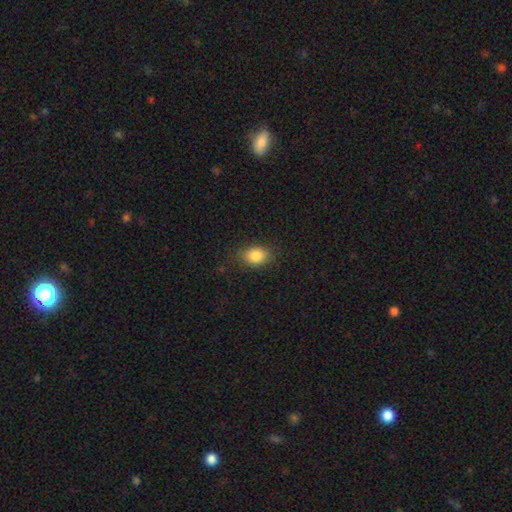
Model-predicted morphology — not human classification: Smooth or featured: smooth — 85% (star or artifact — 9%)
How rounded: in between — 68% (round — 31%)
Merging: none — 81% (minor disturbance — 14%)